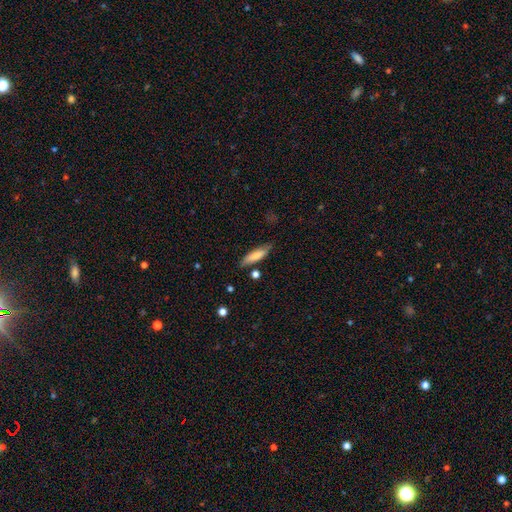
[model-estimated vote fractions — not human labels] This appears to be a smooth galaxy with no disk features (77%) that is cigar-shaped (66%). Merging: none (78%).